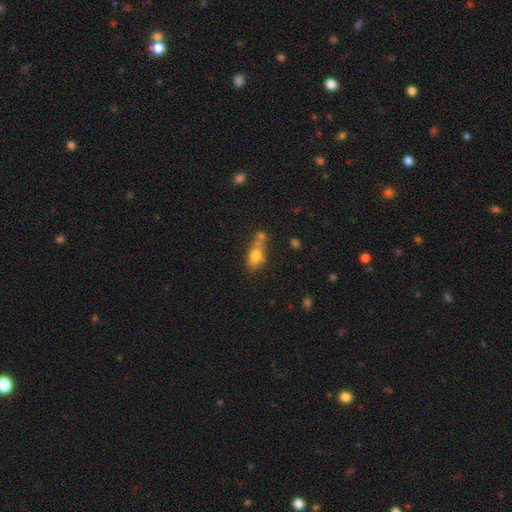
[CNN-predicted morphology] Overall: smooth (73%). How rounded: in between (65%; round 25%). Merging: merger (42%; none 31%).